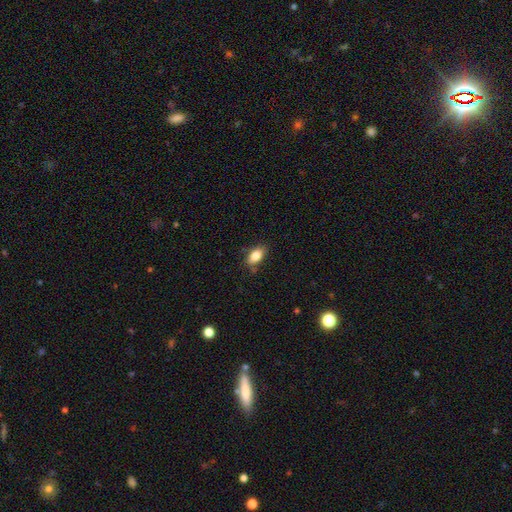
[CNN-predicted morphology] smooth 83%, featured or disk 9%, star or artifact 8%. Down the decision tree: how rounded — in between (89%); merging — none (77%).